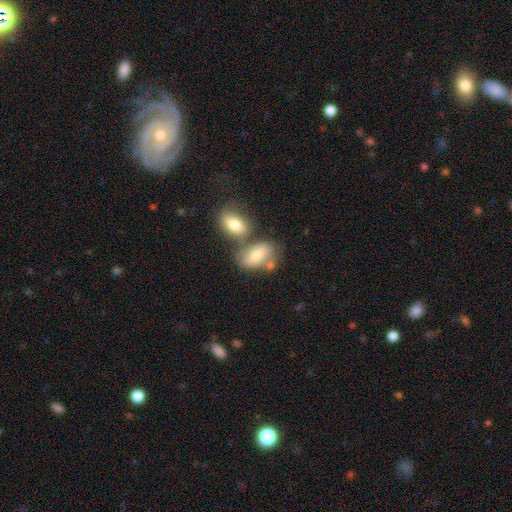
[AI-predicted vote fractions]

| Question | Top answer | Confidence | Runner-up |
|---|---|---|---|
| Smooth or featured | smooth | 66% | featured or disk (26%) |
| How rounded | in between | 88% | round (8%) |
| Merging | merger | 42% | none (40%) |